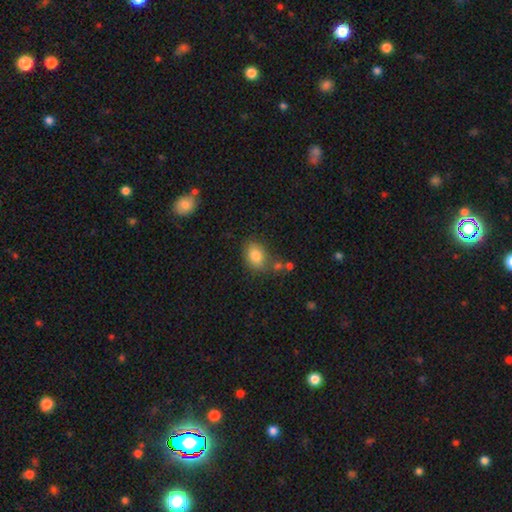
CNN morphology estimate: smooth 82%, featured or disk 9%, star or artifact 9%. Down the decision tree: how rounded — in between (74%); merging — none (66%).